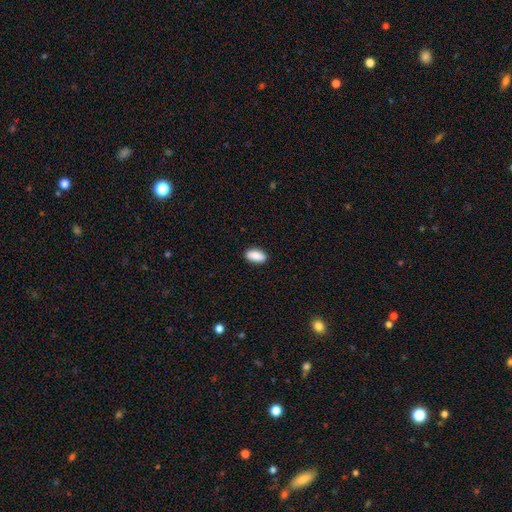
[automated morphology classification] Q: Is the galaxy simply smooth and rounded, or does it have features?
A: smooth — 87%.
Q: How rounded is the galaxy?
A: in between — 89%.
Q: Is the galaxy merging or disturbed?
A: none — 88%.